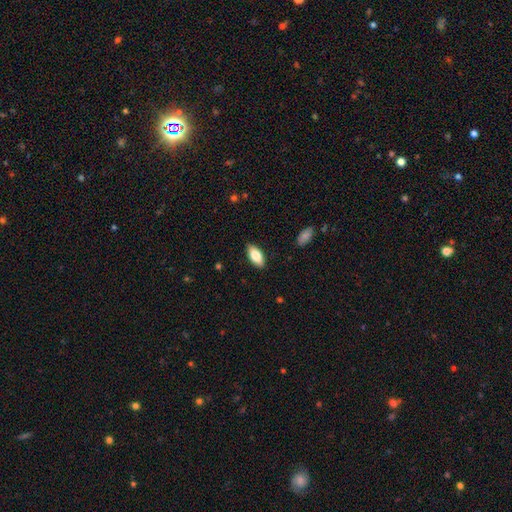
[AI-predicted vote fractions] Overall: smooth (80%). How rounded: in between (88%). Merging: none (88%).